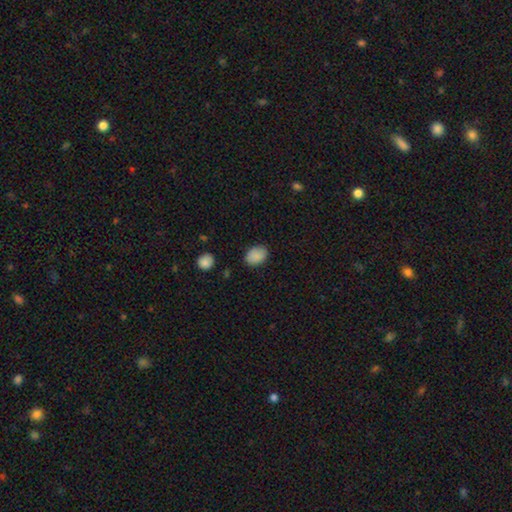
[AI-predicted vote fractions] Overall: smooth (87%). How rounded: in between (76%). Merging: none (84%).